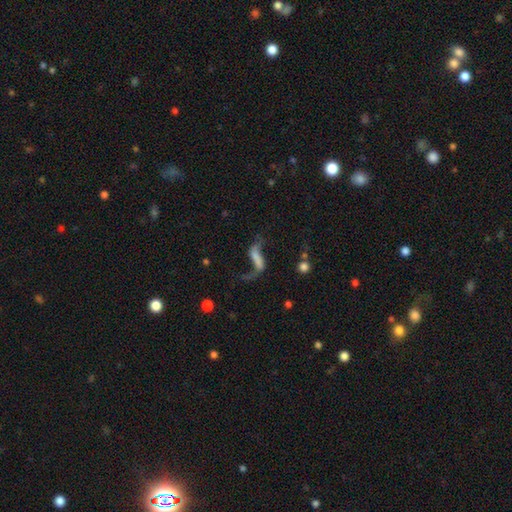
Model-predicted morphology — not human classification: This appears to be a featured or disk galaxy (62%) with a strong bar (43%), spiral arms (78%) and no central bulge (64%). Merging: none (43%).